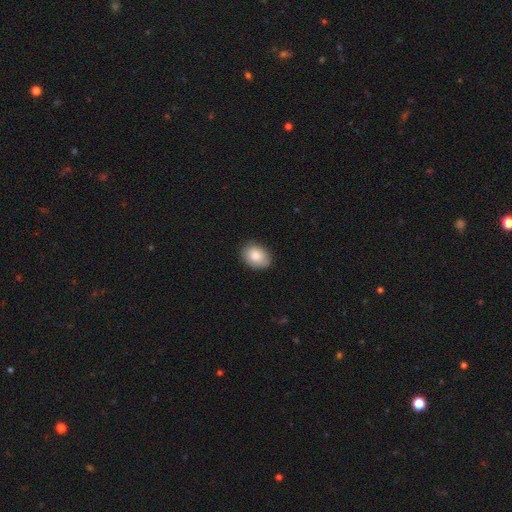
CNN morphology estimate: This appears to be a smooth galaxy with no disk features (85%) that is in between round and cigar-shaped (72%). Merging: none (83%).